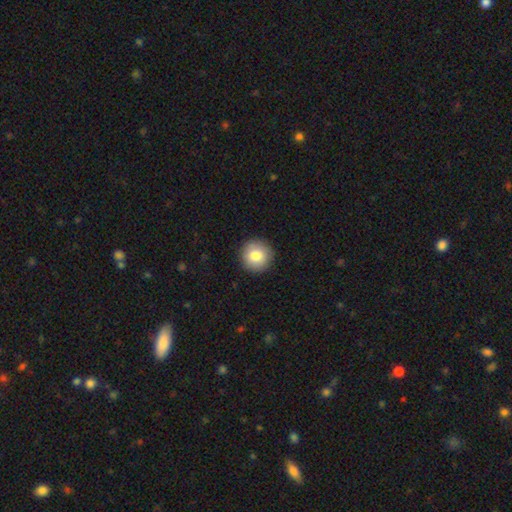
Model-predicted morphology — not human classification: smooth-or-featured: smooth: 83% | featured or disk: 9% | star or artifact: 8%
  how-rounded: round: 95% | in between: 4% | cigar-shaped: 1%
  merging: none: 91% | minor disturbance: 6% | major disturbance: 2% | merger: 1%